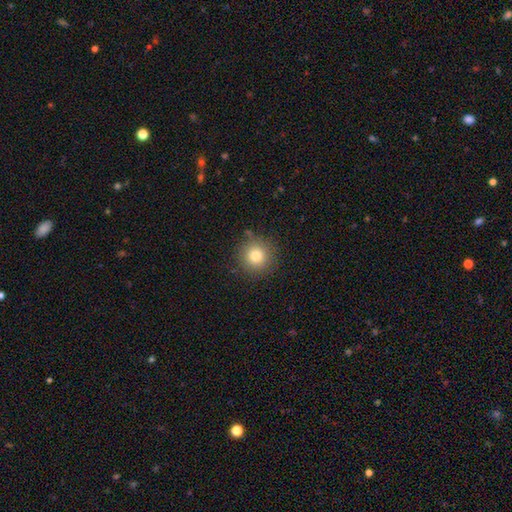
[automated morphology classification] A smooth galaxy with no disk features (80%) that is round (94%). Merging: none (85%).